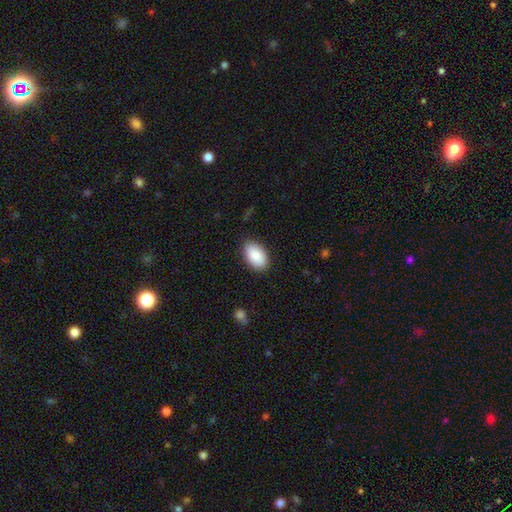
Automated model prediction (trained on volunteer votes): Morphology: type=smooth (88%); roundness=in between (93%); merging=none (86%).